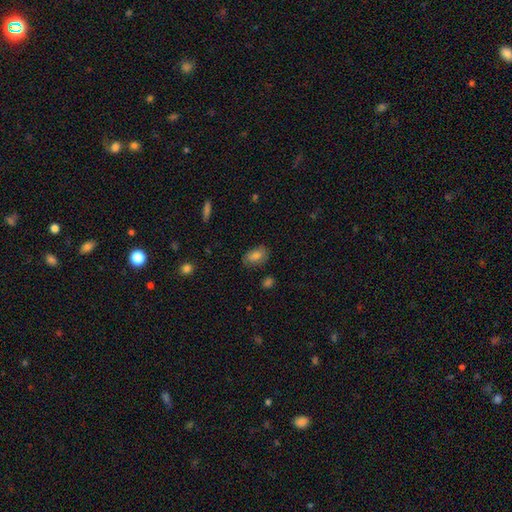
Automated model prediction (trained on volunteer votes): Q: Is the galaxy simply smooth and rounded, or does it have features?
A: smooth — 76%.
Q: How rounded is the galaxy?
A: in between — 87%.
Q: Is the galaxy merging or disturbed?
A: none — 75%.